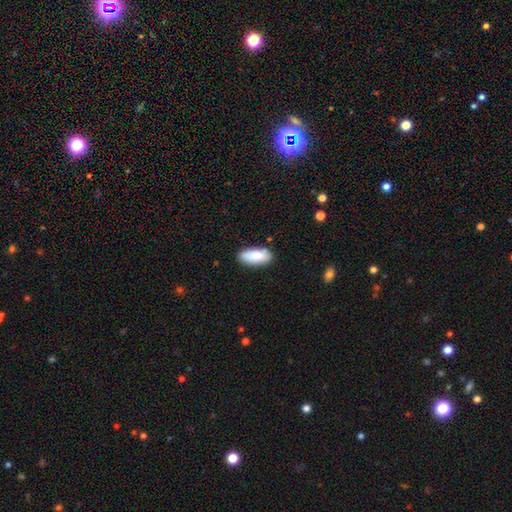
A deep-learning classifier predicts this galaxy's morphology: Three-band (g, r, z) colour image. It shows a smooth galaxy with no disk features (86%) that is in between round and cigar-shaped (87%). Merging: none (83%).